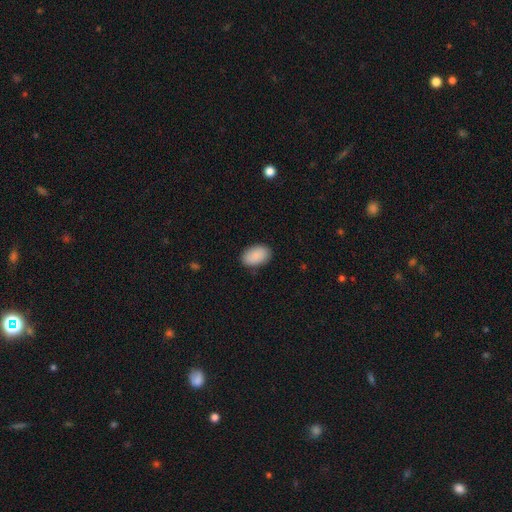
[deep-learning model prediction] A smooth galaxy with no disk features (90%) that is in between round and cigar-shaped (92%). Merging: none (86%).